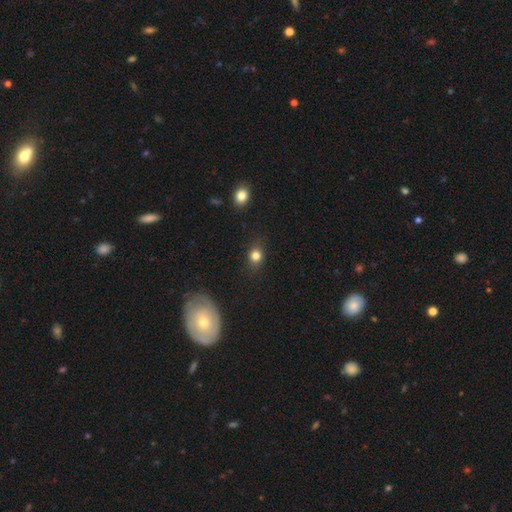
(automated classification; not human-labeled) smooth-or-featured: smooth: 79% | star or artifact: 13% | featured or disk: 8%
  how-rounded: round: 62% | in between: 37% | cigar-shaped: 2%
  merging: none: 81% | minor disturbance: 13% | major disturbance: 4% | merger: 2%